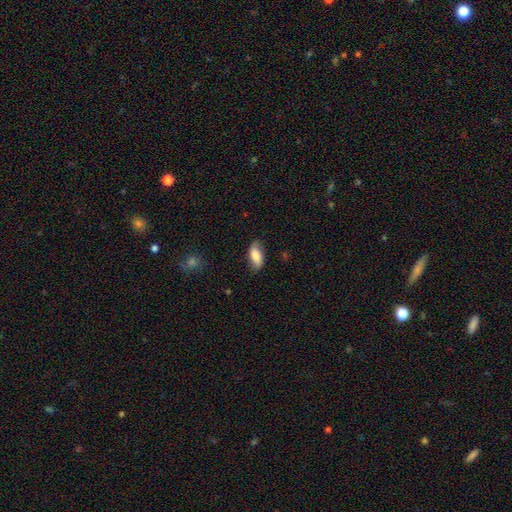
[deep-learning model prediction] smooth_or_featured: smooth (p=0.71) [alt: featured or disk p=0.22]
how_rounded: in between (p=0.88) [alt: cigar-shaped p=0.08]
merging: none (p=0.75) [alt: minor disturbance p=0.19]